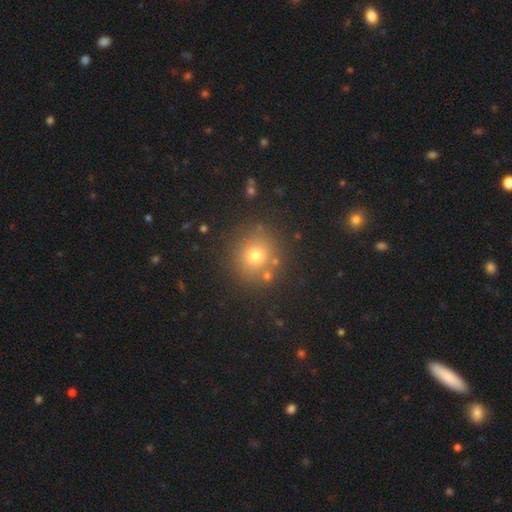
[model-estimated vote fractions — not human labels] Morphology: type=smooth (69%); roundness=round (90%); merging=none (83%).